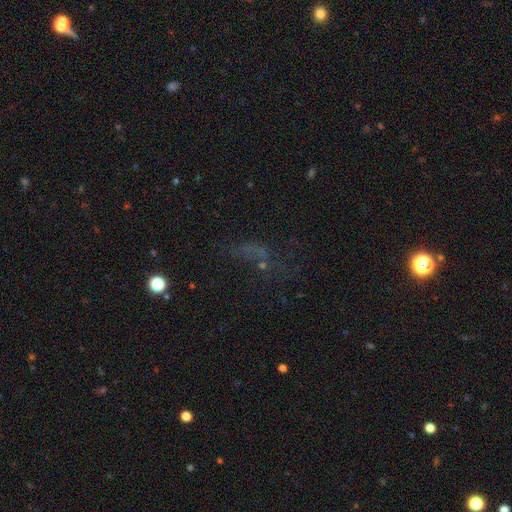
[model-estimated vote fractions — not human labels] The model was most divided on "smooth or featured": star or artifact: 46%, smooth: 28%, featured or disk: 26%.